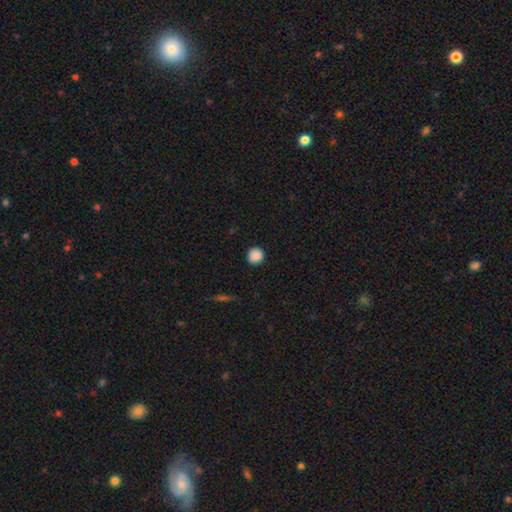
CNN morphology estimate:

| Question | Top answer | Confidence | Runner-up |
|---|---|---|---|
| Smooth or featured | smooth | 87% | star or artifact (9%) |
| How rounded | round | 91% | in between (8%) |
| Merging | none | 88% | minor disturbance (9%) |